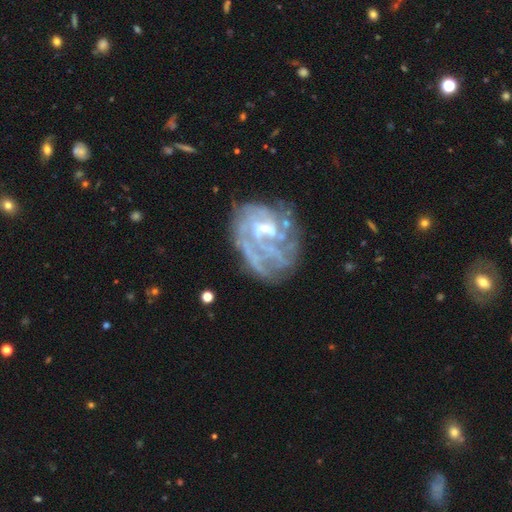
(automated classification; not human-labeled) Smooth or featured? featured or disk (77%)
Edge-on disk? no (98%)
Bar? no (44%)
Spiral arms? yes (60%)
Bulge size? small (39%)
Merging? none (44%)